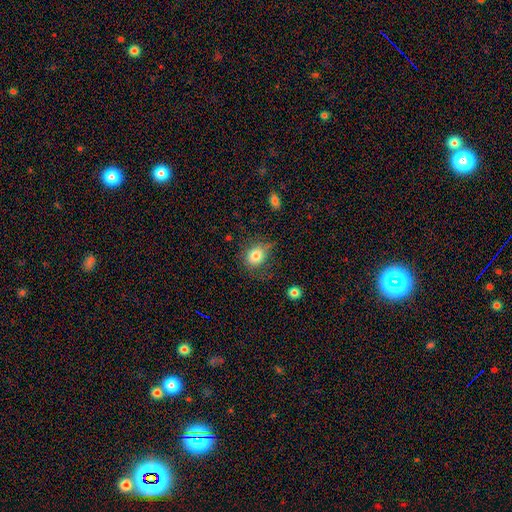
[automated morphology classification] This appears to be a smooth galaxy with no disk features (79%) that is round (61%). Merging: none (63%).